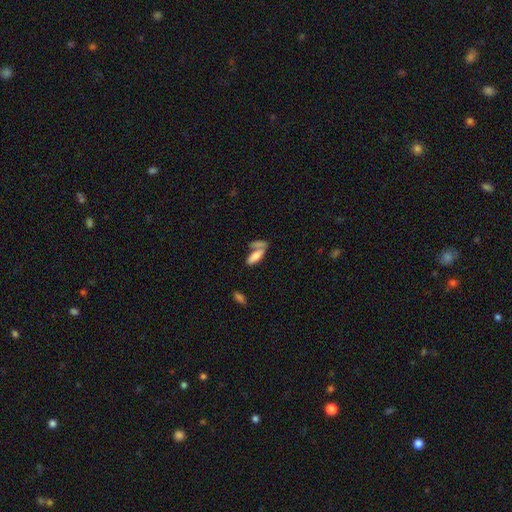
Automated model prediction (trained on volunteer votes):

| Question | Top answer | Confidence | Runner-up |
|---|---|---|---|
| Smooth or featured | smooth | 74% | featured or disk (18%) |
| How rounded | in between | 70% | cigar-shaped (27%) |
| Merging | merger | 44% | none (36%) |